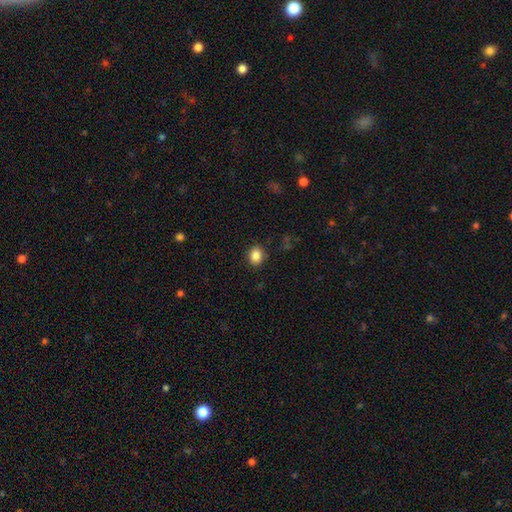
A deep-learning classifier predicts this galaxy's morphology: Smooth or featured?
  - smooth: 86% *
  - star or artifact: 9%
  - featured or disk: 4%
How rounded?
  - round: 59% *
  - in between: 40%
  - cigar-shaped: 1%
Merging?
  - none: 88% *
  - minor disturbance: 8%
  - major disturbance: 2%
  - merger: 1%